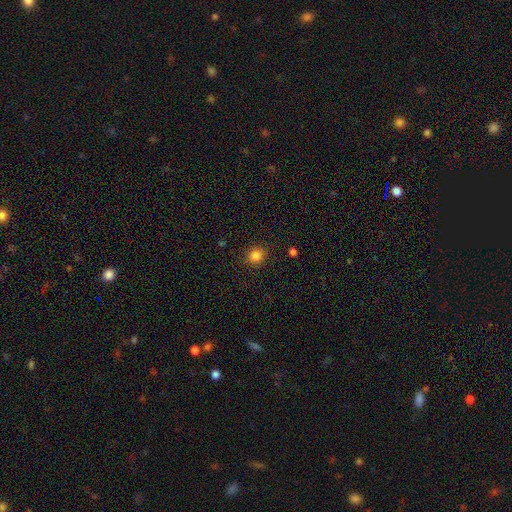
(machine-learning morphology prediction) Smooth or featured? Predicted: smooth (p=0.84). How rounded? Predicted: round (p=0.87). Merging? Predicted: none (p=0.89).